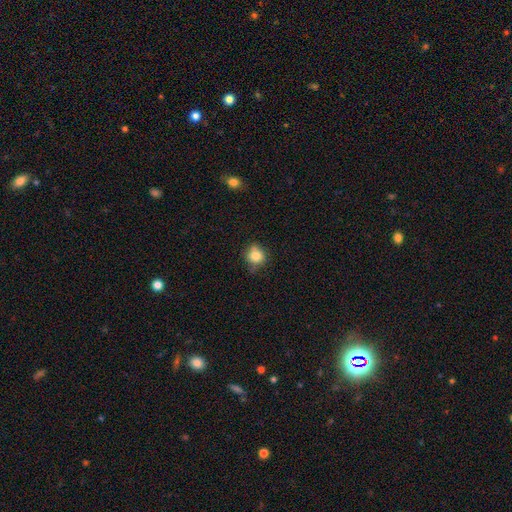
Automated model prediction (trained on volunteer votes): A smooth galaxy with no disk features (80%) that is round (86%).

Vote fractions:
- Smooth or featured? smooth: 80% / star or artifact: 11% / featured or disk: 9%
- How rounded? round: 86% / in between: 13% / cigar-shaped: 1%
- Merging? none: 67% / minor disturbance: 22% / merger: 7% / major disturbance: 4%